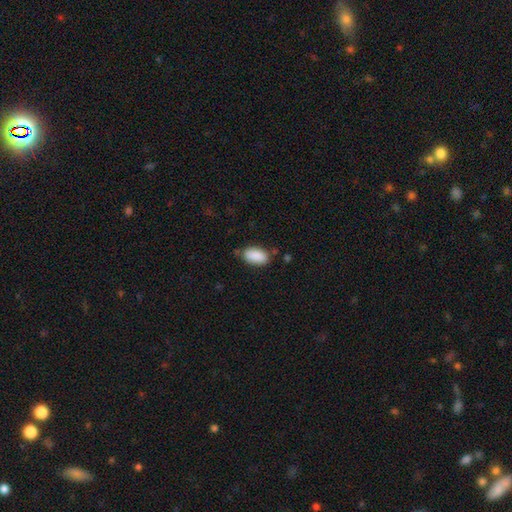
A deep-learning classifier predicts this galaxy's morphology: smooth_or_featured: smooth (p=0.89) [alt: star or artifact p=0.06]
how_rounded: in between (p=0.94) [alt: round p=0.03]
merging: none (p=0.77) [alt: minor disturbance p=0.16]